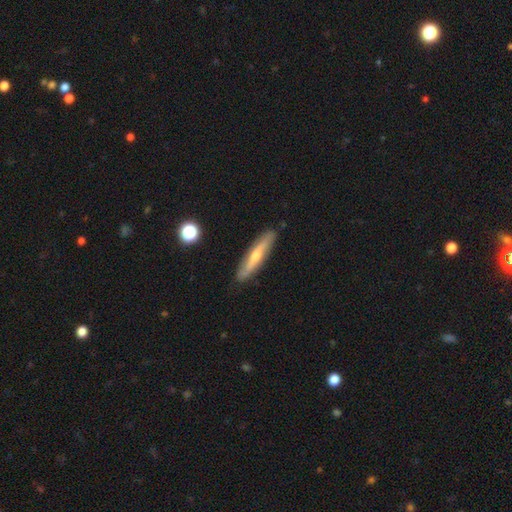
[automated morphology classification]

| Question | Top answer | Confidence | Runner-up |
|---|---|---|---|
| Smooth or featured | featured or disk | 53% | smooth (40%) |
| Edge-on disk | yes | 73% | no (27%) |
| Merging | none | 86% | minor disturbance (10%) |